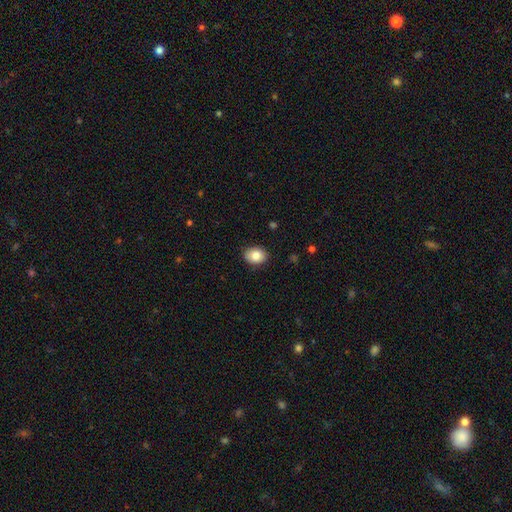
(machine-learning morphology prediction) Smooth or featured? Predicted: smooth (p=0.84). How rounded? Predicted: in between (p=0.63). Merging? Predicted: none (p=0.87).